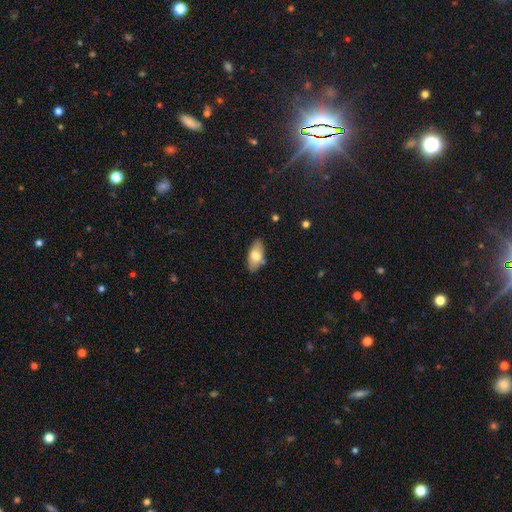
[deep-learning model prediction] Smooth or featured? smooth (73%)
How rounded? in between (92%)
Merging? none (83%)